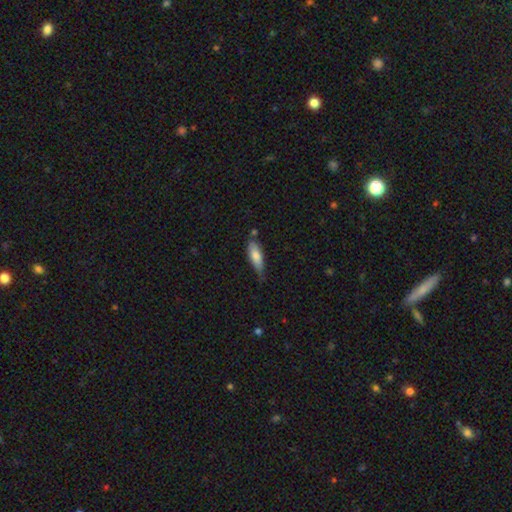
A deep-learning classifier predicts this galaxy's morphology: Smooth or featured: smooth — 76% (featured or disk — 18%)
How rounded: in between — 57% (cigar-shaped — 41%)
Merging: none — 57% (minor disturbance — 32%)